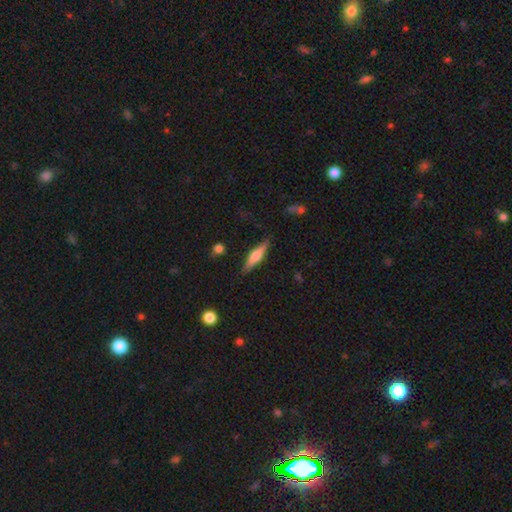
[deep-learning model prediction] The model was most divided on "smooth or featured": featured or disk: 53%, smooth: 40%, star or artifact: 7%. More confident: edge-on disk — yes (96%); merging — none (85%); edge-on bulge — rounded (79%).